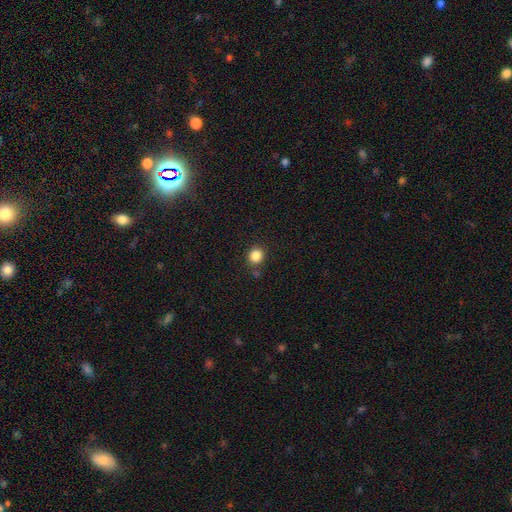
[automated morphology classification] A smooth galaxy with no disk features (85%) that is round (81%). Merging: none (83%).